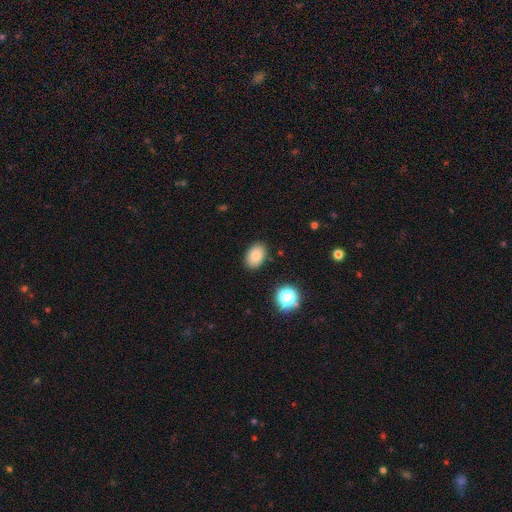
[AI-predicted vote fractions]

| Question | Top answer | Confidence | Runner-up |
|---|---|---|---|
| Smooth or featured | smooth | 82% | star or artifact (10%) |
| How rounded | in between | 83% | round (16%) |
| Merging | none | 87% | minor disturbance (9%) |